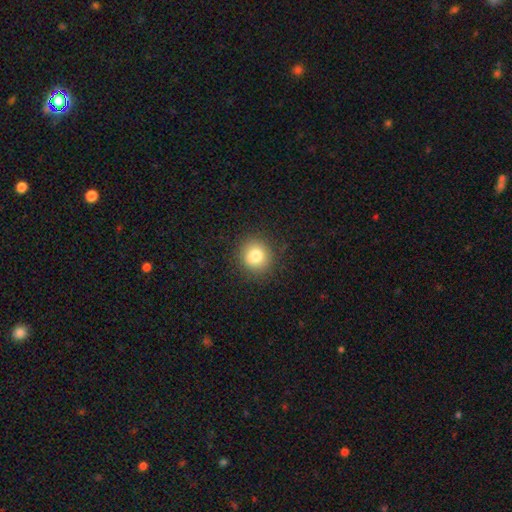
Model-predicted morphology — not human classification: A smooth galaxy with no disk features (80%) that is round (90%). Merging: none (89%).